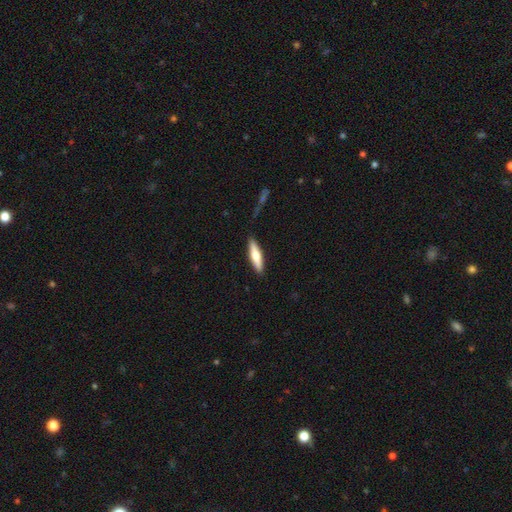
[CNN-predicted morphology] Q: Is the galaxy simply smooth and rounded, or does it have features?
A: smooth — 57%.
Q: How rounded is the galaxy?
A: cigar-shaped — 75%.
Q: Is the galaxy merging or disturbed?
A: none — 88%.